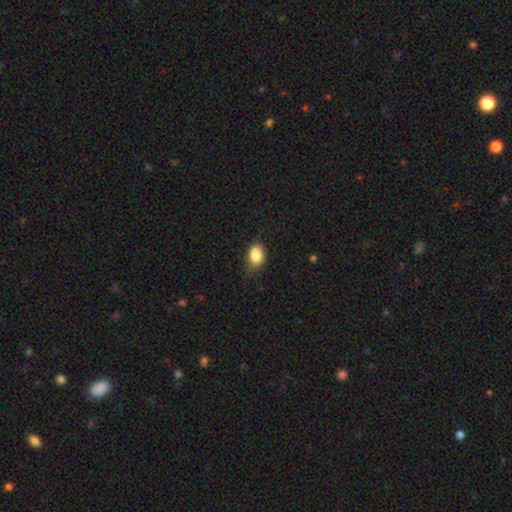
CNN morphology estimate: Smooth or featured? Predicted: smooth (p=0.85). How rounded? Predicted: in between (p=0.82). Merging? Predicted: none (p=0.66).